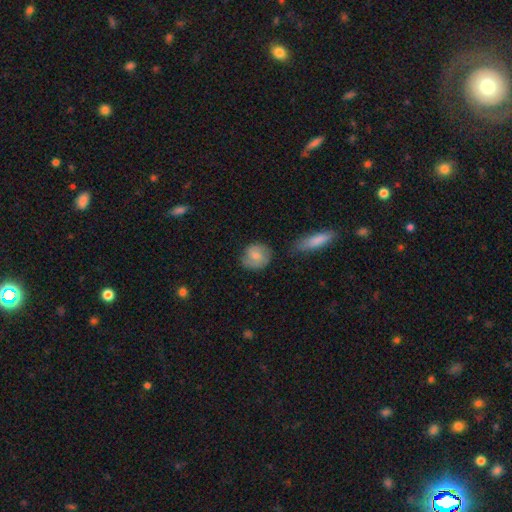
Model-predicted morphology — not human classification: type=smooth (60%); roundness=round (79%); merging=none (69%).